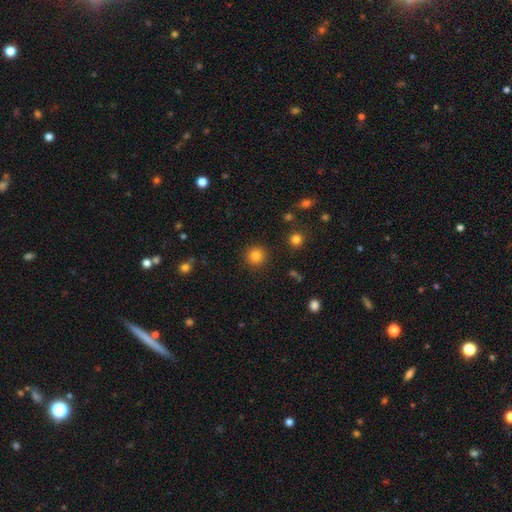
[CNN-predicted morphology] The model was most divided on "smooth or featured": smooth: 84%, star or artifact: 12%, featured or disk: 5%. More confident: how rounded — round (94%); merging — none (90%).